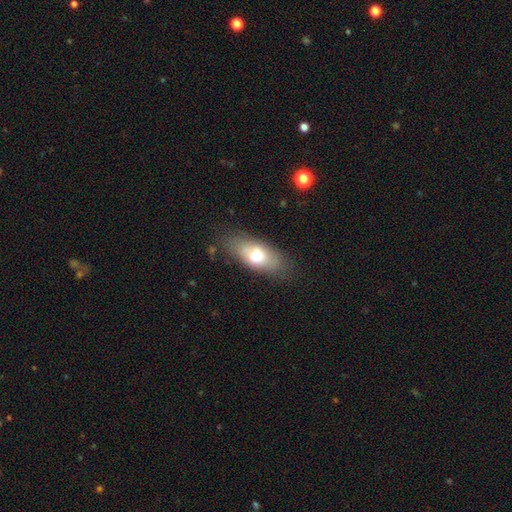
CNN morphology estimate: The model was most divided on "smooth or featured": smooth: 67%, featured or disk: 25%, star or artifact: 8%. More confident: how rounded — in between (83%); merging — none (77%).